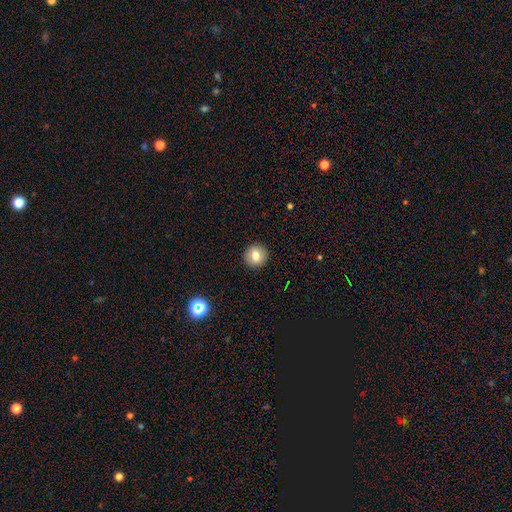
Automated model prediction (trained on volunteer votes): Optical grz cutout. It shows a smooth galaxy with no disk features (76%) that is round (93%). Merging: none (92%).